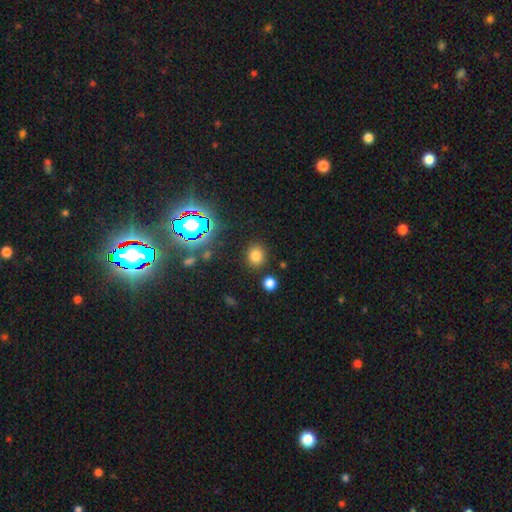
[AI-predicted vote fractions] This appears to be a smooth galaxy with no disk features (75%) that is round (72%). Merging: none (84%).